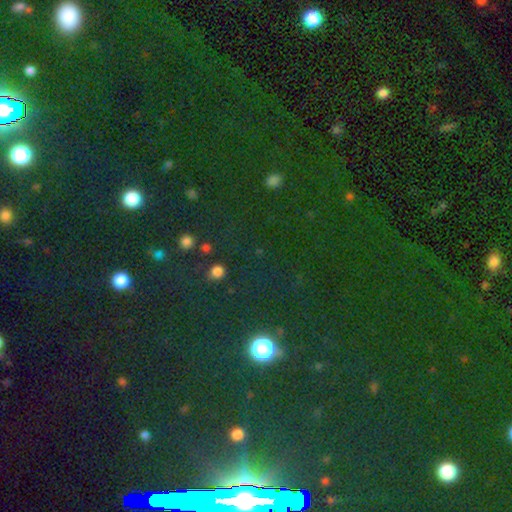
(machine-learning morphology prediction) This appears to be a star or artifact, not a galaxy (73%).